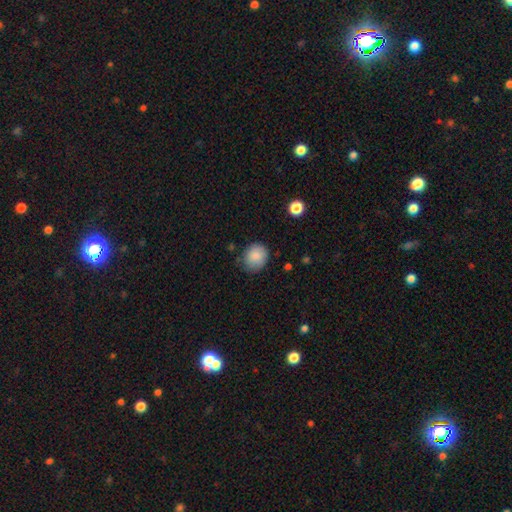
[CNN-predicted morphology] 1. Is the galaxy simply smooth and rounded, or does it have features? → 87% smooth, 8% star or artifact, 5% featured or disk.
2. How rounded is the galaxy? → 68% round, 31% in between, 1% cigar-shaped.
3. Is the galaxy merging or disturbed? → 73% none, 21% minor disturbance, 4% major disturbance, 2% merger.